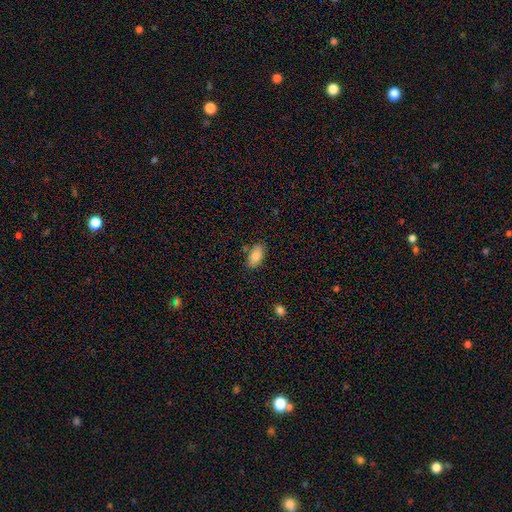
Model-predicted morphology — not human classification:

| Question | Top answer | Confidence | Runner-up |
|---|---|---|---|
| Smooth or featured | smooth | 84% | featured or disk (8%) |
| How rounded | in between | 92% | cigar-shaped (4%) |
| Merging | none | 79% | minor disturbance (14%) |